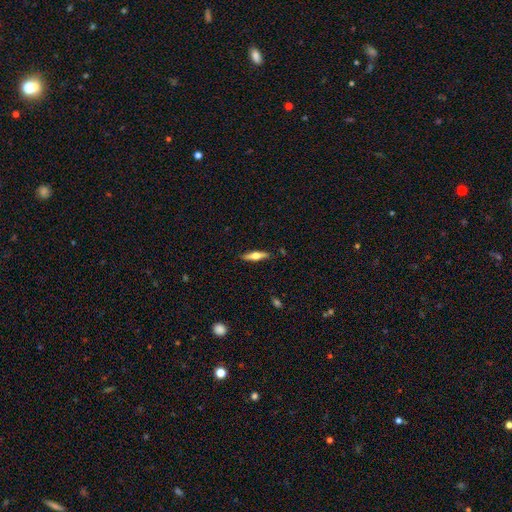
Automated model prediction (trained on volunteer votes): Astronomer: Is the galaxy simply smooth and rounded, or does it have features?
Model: featured or disk — 51% (runner-up: smooth, 43%).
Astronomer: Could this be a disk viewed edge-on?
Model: yes — 94%.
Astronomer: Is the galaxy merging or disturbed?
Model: none — 88%.